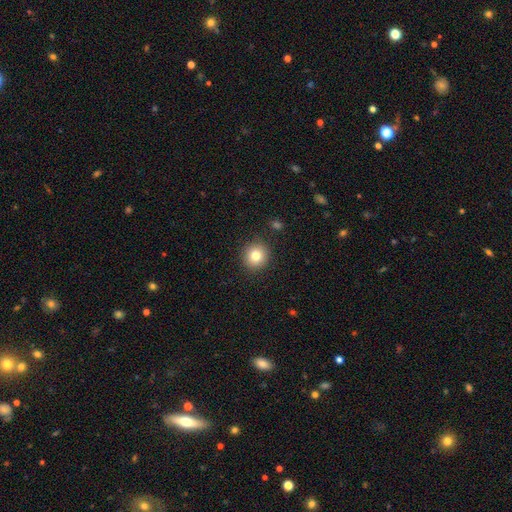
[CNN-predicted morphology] Smooth or featured? Predicted: smooth (p=0.80). How rounded? Predicted: round (p=0.92). Merging? Predicted: none (p=0.90).